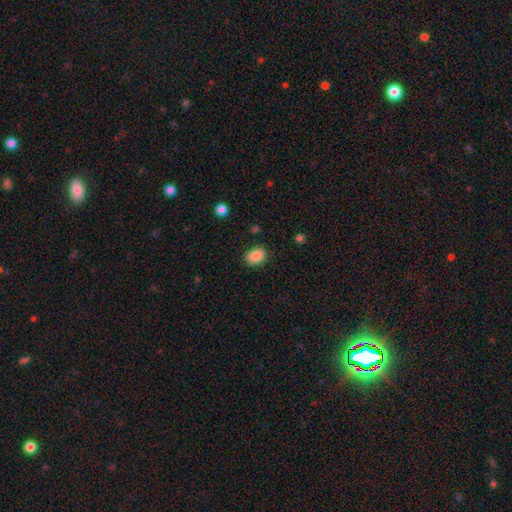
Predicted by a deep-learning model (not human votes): A smooth galaxy with no disk features (88%) that is in between round and cigar-shaped (71%). Merging: none (85%).